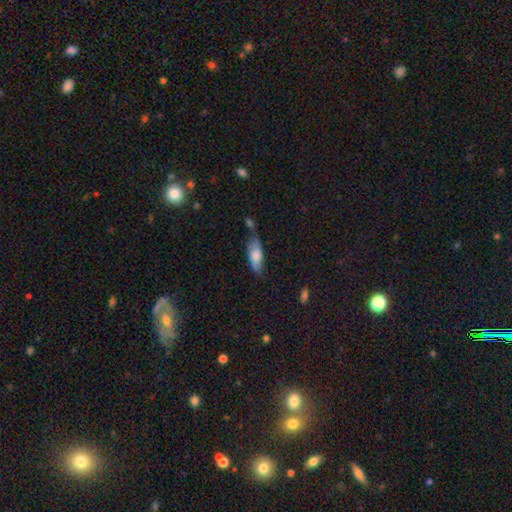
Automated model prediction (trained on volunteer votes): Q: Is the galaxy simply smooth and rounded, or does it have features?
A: smooth — 72%.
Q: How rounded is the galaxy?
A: in between — 74%.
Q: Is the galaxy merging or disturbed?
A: none — 44%.